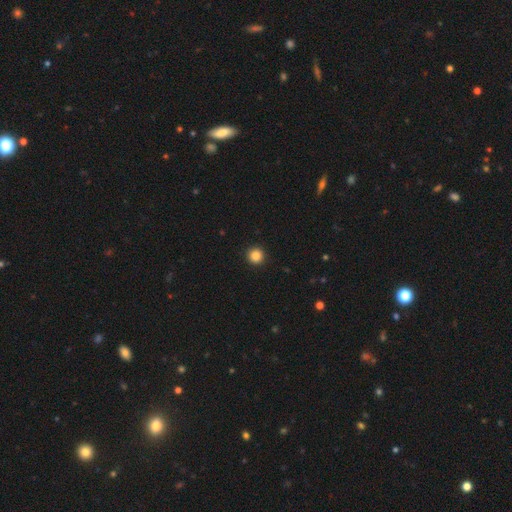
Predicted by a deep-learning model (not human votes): A smooth galaxy with no disk features (86%) that is round (96%).

Vote fractions:
- Smooth or featured? smooth: 86% / star or artifact: 11% / featured or disk: 4%
- How rounded? round: 96% / in between: 3% / cigar-shaped: 1%
- Merging? none: 94% / minor disturbance: 4% / major disturbance: 1% / merger: 1%